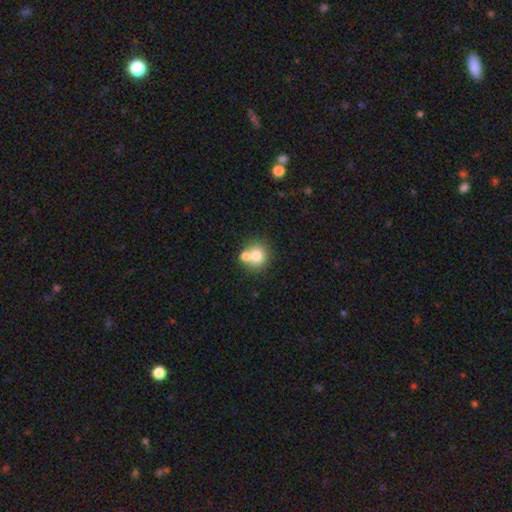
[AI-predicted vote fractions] Smooth or featured? smooth (75%)
How rounded? round (83%)
Merging? none (50%)